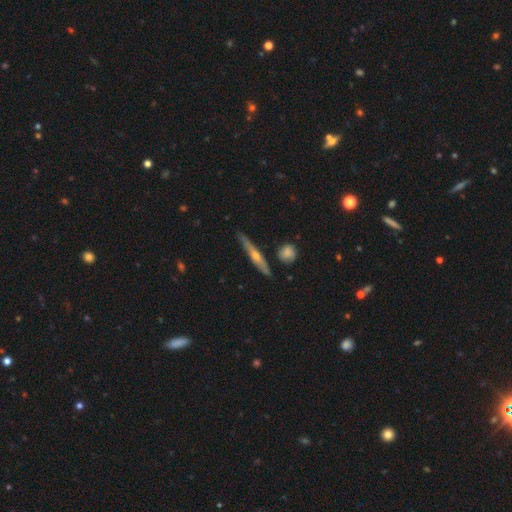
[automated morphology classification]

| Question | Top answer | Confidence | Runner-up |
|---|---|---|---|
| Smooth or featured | featured or disk | 65% | smooth (29%) |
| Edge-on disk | yes | 94% | no (6%) |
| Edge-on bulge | rounded | 82% | none (15%) |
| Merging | none | 82% | minor disturbance (13%) |